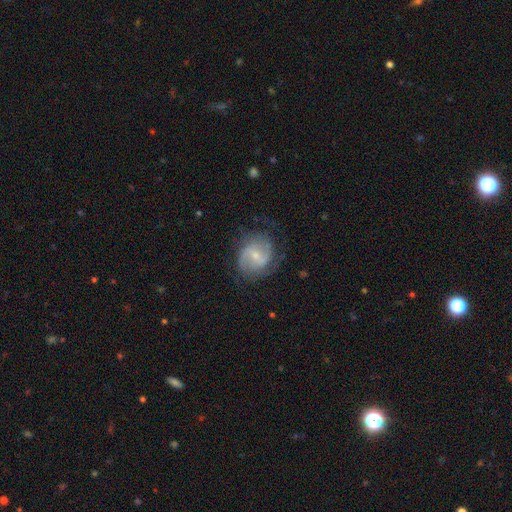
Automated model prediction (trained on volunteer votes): Smooth or featured: featured or disk — 74% (smooth — 20%)
Edge-on disk: no — 98% (yes — 2%)
Bar: weak — 56% (no — 27%)
Spiral arms: yes — 91% (no — 9%)
Spiral winding: medium — 47% (loose — 28%)
Spiral arm count: 2 — 78% (can't tell — 12%)
Bulge size: small — 59% (moderate — 36%)
Merging: none — 70% (minor disturbance — 19%)